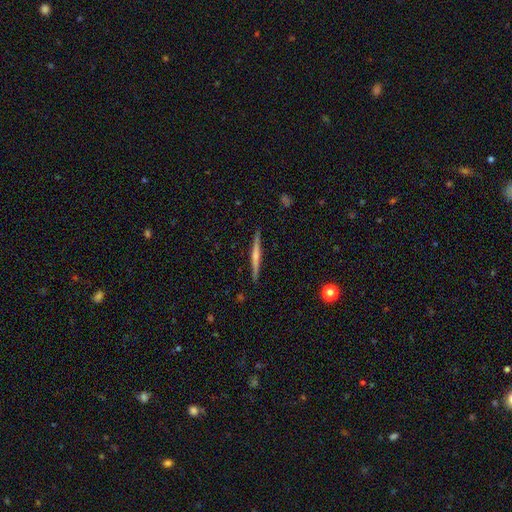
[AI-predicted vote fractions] Q: Smooth or featured?
A: featured or disk (55%); runner-up: smooth (39%)
Q: Edge-on disk?
A: yes (98%); runner-up: no (2%)
Q: Edge-on bulge?
A: none (44%); runner-up: rounded (42%)
Q: Merging?
A: none (90%); runner-up: minor disturbance (7%)